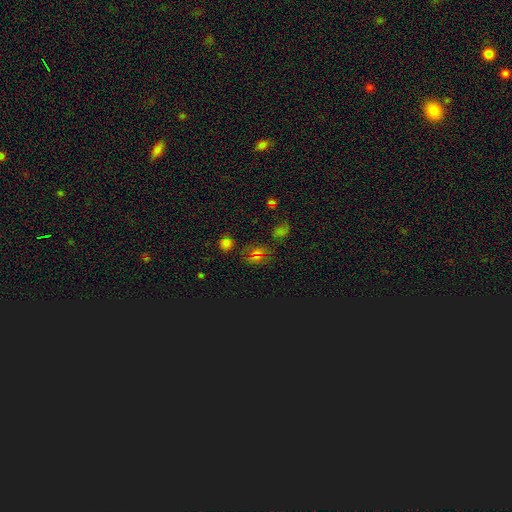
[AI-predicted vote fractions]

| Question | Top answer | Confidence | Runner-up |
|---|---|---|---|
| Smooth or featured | star or artifact | 57% | smooth (33%) |